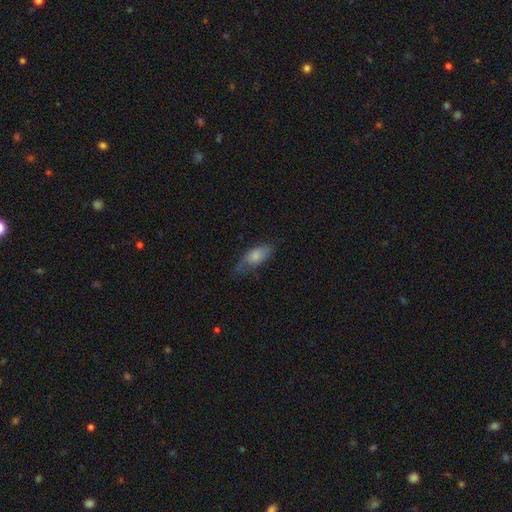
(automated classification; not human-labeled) This appears to be a smooth galaxy with no disk features (77%) that is in between round and cigar-shaped (84%). Merging: none (49%).